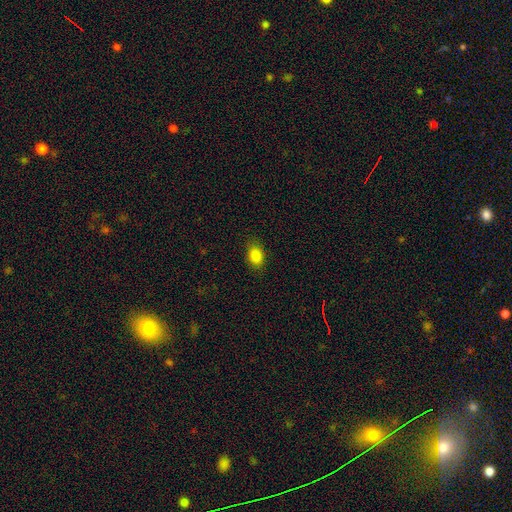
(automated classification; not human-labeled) smooth 87%, star or artifact 9%, featured or disk 4%. Down the decision tree: how rounded — in between (80%); merging — none (83%).